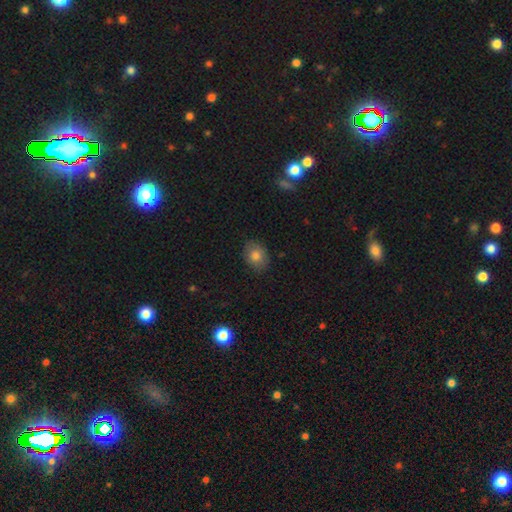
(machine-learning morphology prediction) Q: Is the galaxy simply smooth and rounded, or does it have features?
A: smooth — 81%.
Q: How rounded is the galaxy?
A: in between — 57%.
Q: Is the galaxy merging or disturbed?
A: none — 83%.